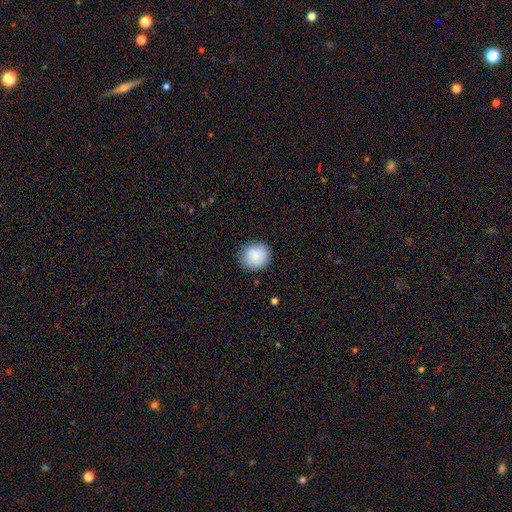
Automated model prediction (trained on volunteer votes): smooth 87%, star or artifact 7%, featured or disk 5%. Down the decision tree: how rounded — round (89%); merging — none (86%).